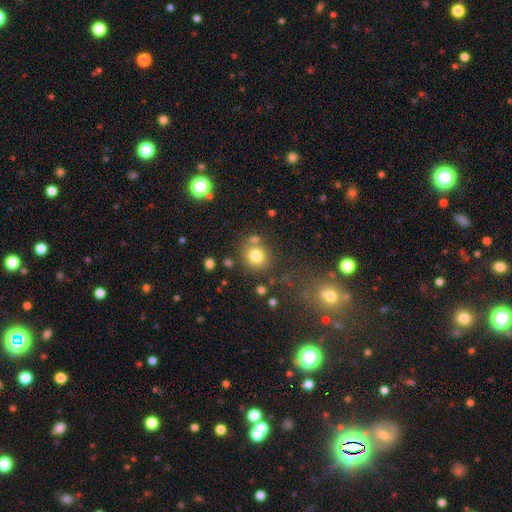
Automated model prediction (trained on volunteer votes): This appears to be a smooth galaxy with no disk features (79%) that is round (86%). Merging: none (71%).